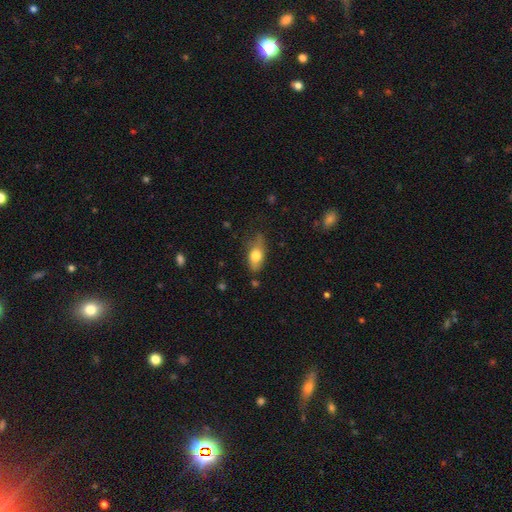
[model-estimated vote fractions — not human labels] The model was most divided on "merging": none: 66%, minor disturbance: 26%, major disturbance: 6%, merger: 2%. More confident: how rounded — in between (81%); smooth or featured — smooth (71%).